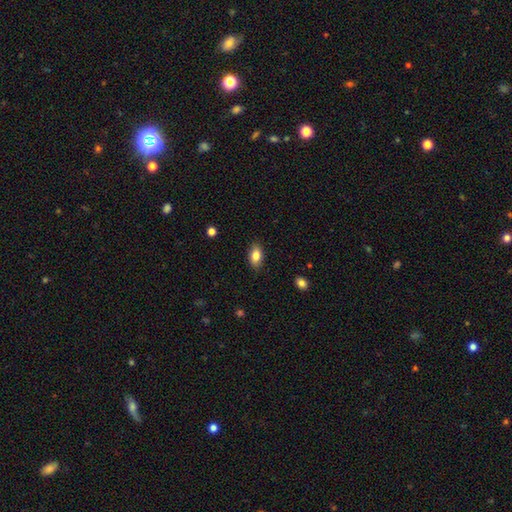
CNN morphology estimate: The model was most divided on "smooth or featured": smooth: 83%, featured or disk: 9%, star or artifact: 8%. More confident: how rounded — in between (90%); merging — none (87%).